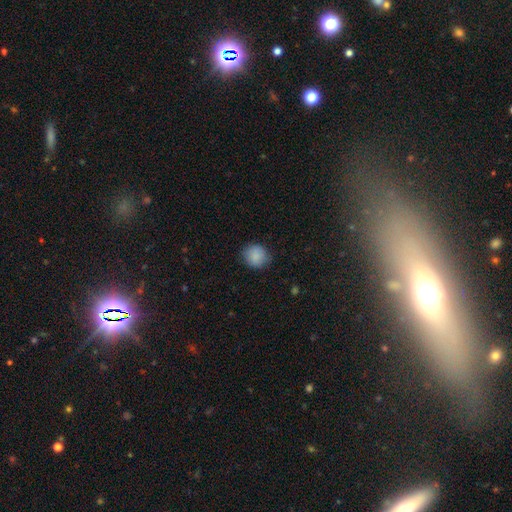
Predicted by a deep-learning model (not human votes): Overall: smooth (88%). How rounded: round (85%). Merging: none (84%).